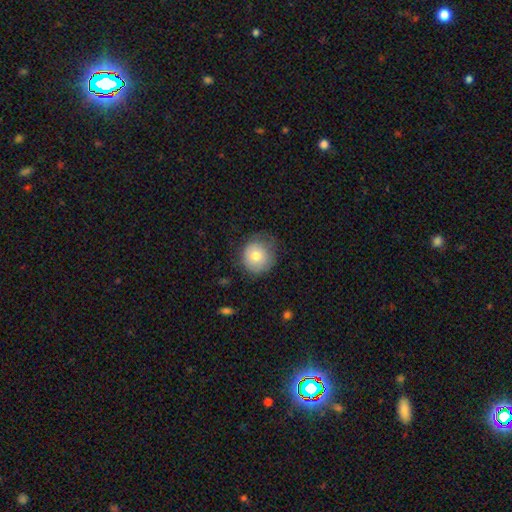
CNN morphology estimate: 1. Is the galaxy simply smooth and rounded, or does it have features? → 76% smooth, 16% featured or disk, 8% star or artifact.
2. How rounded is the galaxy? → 89% round, 10% in between, 1% cigar-shaped.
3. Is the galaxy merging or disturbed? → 62% none, 26% minor disturbance, 11% major disturbance, 1% merger.